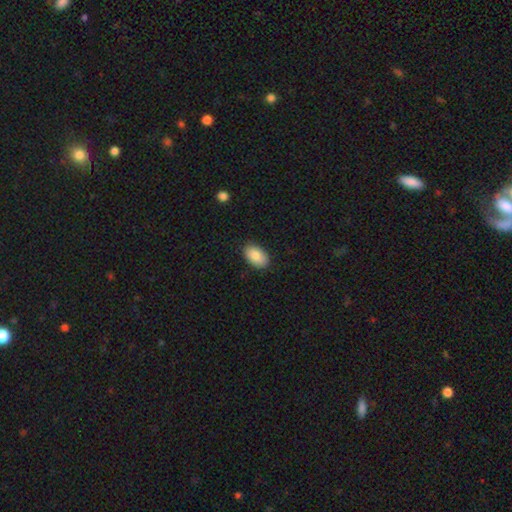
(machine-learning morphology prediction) Smooth or featured: smooth — 87% (star or artifact — 7%)
How rounded: in between — 92% (round — 6%)
Merging: none — 87% (minor disturbance — 10%)